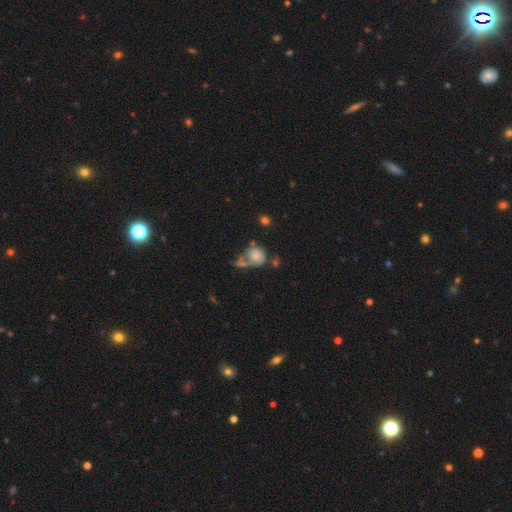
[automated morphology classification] This is likely a smooth galaxy (69%). How rounded: likely round (68%). Merging: marginally merger (36%).